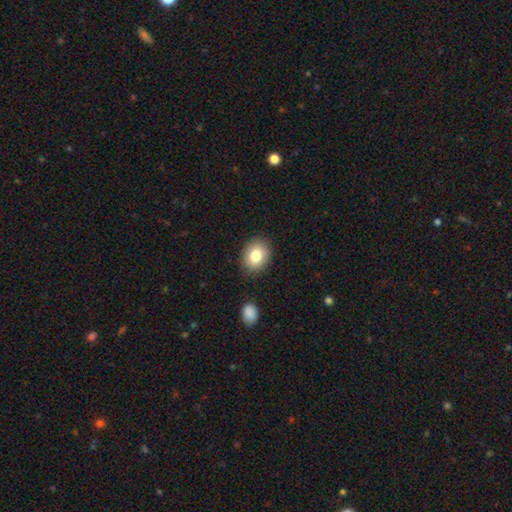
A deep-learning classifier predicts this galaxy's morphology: smooth_or_featured: smooth (p=0.82) [alt: featured or disk p=0.10]
how_rounded: in between (p=0.53) [alt: round p=0.46]
merging: none (p=0.85) [alt: minor disturbance p=0.10]